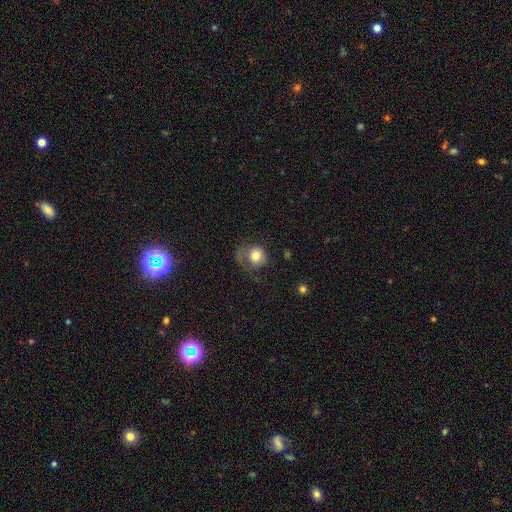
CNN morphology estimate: smooth_or_featured: smooth (p=0.73) [alt: featured or disk p=0.18]
how_rounded: round (p=0.81) [alt: in between p=0.18]
merging: none (p=0.41) [alt: major disturbance p=0.34]